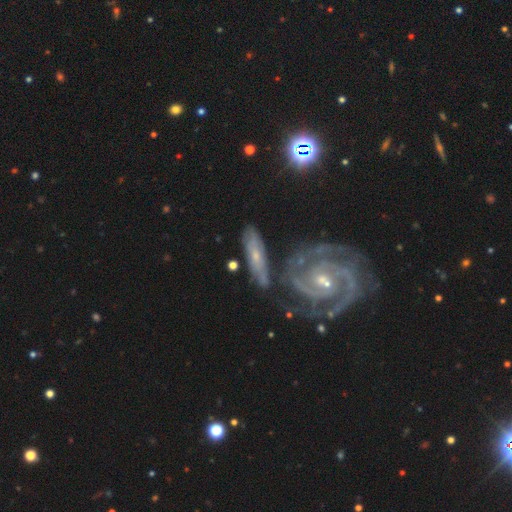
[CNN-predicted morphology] This appears to be a featured or disk galaxy (72%) with no bar (54%), 2 (52%) tight (66%) spiral arms (91%) and a small central bulge (69%). Merging: none (65%).